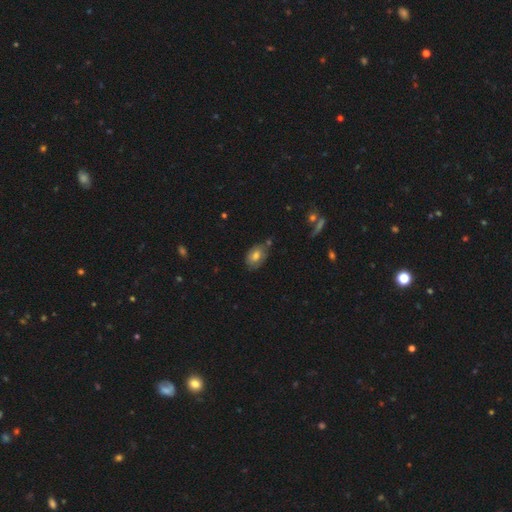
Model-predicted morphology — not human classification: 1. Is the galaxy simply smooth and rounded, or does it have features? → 73% smooth, 18% featured or disk, 9% star or artifact.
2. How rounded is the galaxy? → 86% in between, 12% round, 2% cigar-shaped.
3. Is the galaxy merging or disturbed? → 63% none, 26% minor disturbance, 6% merger, 5% major disturbance.